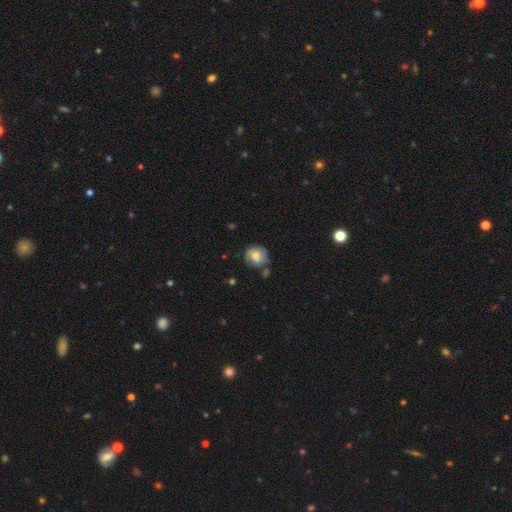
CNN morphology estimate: Q: Smooth or featured?
A: smooth (56%); runner-up: featured or disk (36%)
Q: How rounded?
A: round (77%); runner-up: in between (22%)
Q: Merging?
A: none (61%); runner-up: minor disturbance (24%)